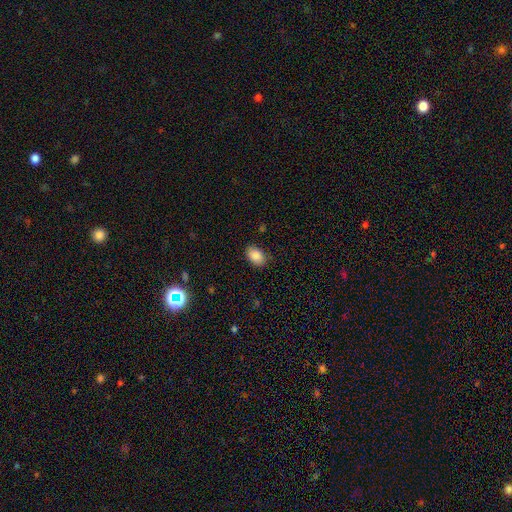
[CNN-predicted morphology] smooth-or-featured: smooth: 87% | star or artifact: 9% | featured or disk: 5%
  how-rounded: in between: 82% | round: 17% | cigar-shaped: 1%
  merging: none: 85% | minor disturbance: 11% | major disturbance: 3% | merger: 1%